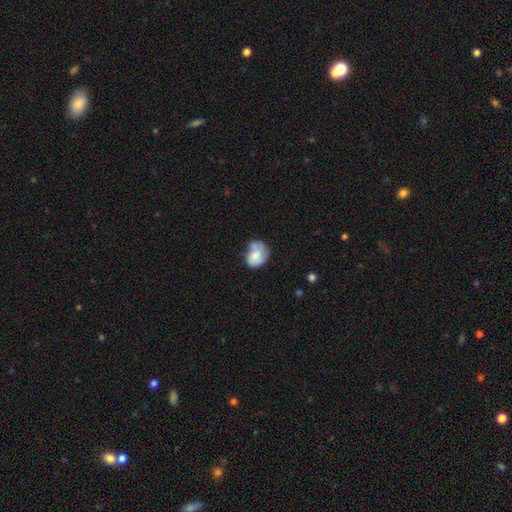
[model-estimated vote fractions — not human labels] A smooth galaxy with no disk features (61%) that is in between round and cigar-shaped (57%).

Vote fractions:
- Smooth or featured? smooth: 61% / featured or disk: 31% / star or artifact: 8%
- How rounded? in between: 57% / round: 43% / cigar-shaped: 1%
- Merging? none: 39% / minor disturbance: 33% / major disturbance: 17% / merger: 10%